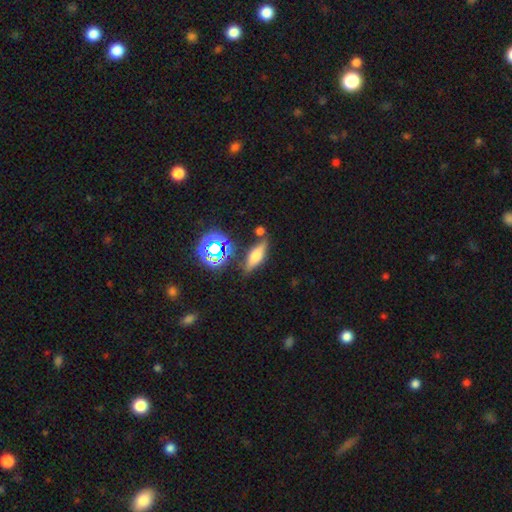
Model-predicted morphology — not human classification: Smooth or featured: smooth — 49% (featured or disk — 31%)
Merging: none — 73% (minor disturbance — 14%)